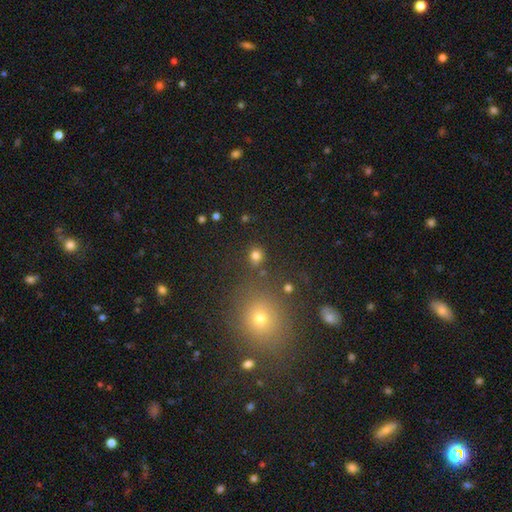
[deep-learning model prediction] A smooth galaxy with no disk features (77%) that is round (83%).

Vote fractions:
- Smooth or featured? smooth: 77% / star or artifact: 17% / featured or disk: 6%
- How rounded? round: 83% / in between: 16% / cigar-shaped: 1%
- Merging? none: 78% / minor disturbance: 9% / merger: 8% / major disturbance: 4%